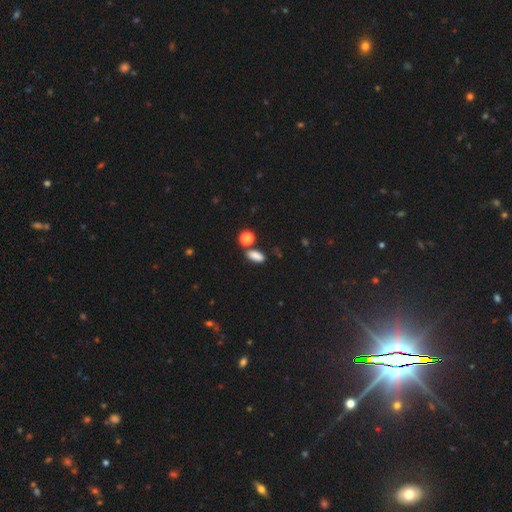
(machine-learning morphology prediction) Smooth or featured? smooth (84%)
How rounded? in between (77%)
Merging? none (72%)